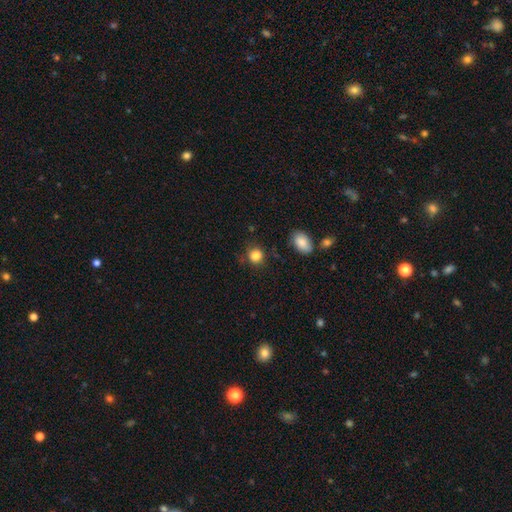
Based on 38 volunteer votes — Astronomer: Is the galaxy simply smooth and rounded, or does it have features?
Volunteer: smooth — 89%.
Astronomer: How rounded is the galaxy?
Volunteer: round — 82%.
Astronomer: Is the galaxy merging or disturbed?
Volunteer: none — 89%.